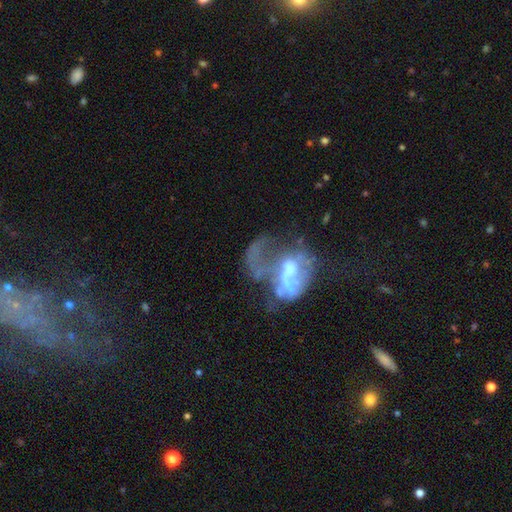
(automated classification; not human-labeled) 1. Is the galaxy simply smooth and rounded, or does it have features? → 65% featured or disk, 19% smooth, 16% star or artifact.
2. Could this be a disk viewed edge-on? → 97% no, 3% yes.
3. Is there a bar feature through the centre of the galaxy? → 73% no, 20% weak, 7% strong.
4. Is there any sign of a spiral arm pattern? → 69% no, 31% yes.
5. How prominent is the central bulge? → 47% moderate, 20% small, 18% none, 12% large, 3% dominant.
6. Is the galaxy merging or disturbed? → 51% major disturbance, 23% merger, 16% none, 10% minor disturbance.